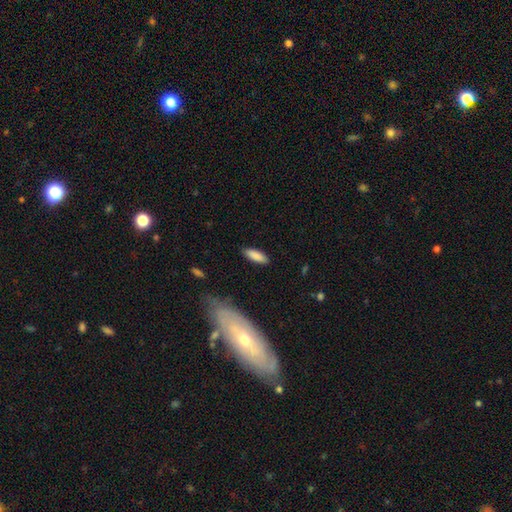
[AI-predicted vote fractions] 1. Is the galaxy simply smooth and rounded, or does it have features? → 87% smooth, 7% featured or disk, 6% star or artifact.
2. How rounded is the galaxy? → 65% in between, 33% cigar-shaped, 2% round.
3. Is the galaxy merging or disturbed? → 86% none, 10% minor disturbance, 2% major disturbance, 1% merger.